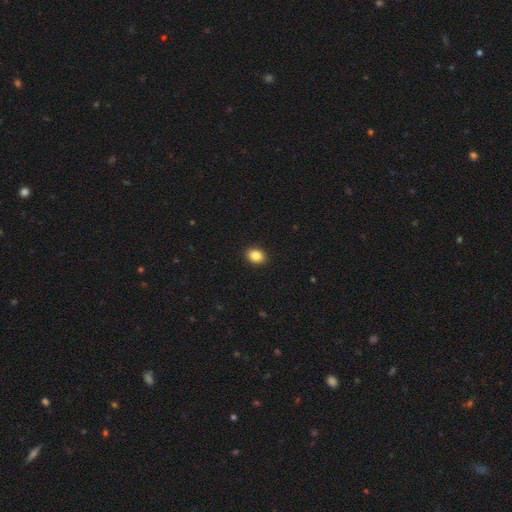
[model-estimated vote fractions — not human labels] Smooth or featured?
  - smooth: 86% *
  - star or artifact: 9%
  - featured or disk: 5%
How rounded?
  - in between: 57% *
  - round: 42%
  - cigar-shaped: 1%
Merging?
  - none: 92% *
  - minor disturbance: 6%
  - major disturbance: 2%
  - merger: 1%